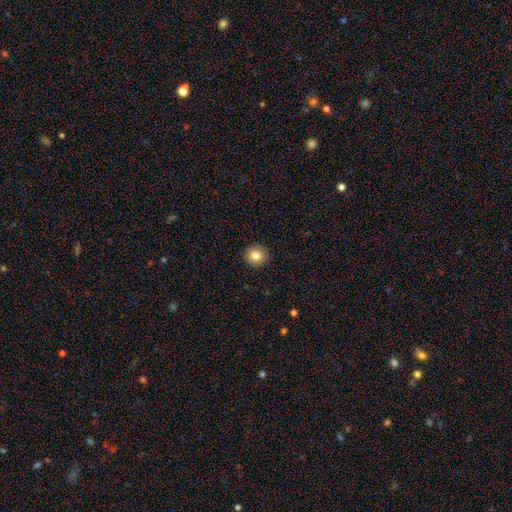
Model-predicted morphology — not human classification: type=smooth (81%); roundness=round (93%); merging=none (93%).